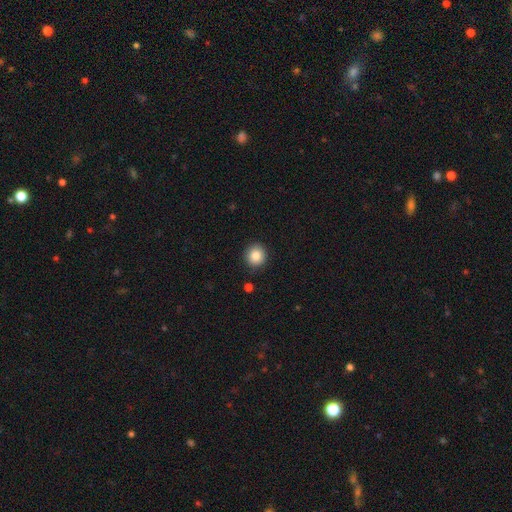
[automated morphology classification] This appears to be a smooth galaxy with no disk features (86%) that is round (90%). Merging: none (90%).